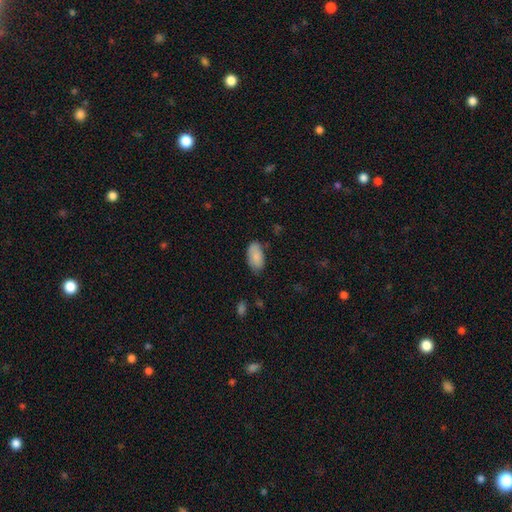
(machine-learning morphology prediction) Smooth or featured: smooth — 84% (featured or disk — 10%)
How rounded: in between — 94% (round — 3%)
Merging: none — 67% (minor disturbance — 26%)